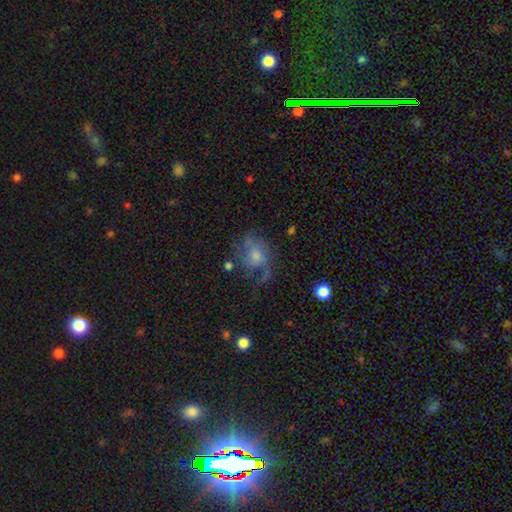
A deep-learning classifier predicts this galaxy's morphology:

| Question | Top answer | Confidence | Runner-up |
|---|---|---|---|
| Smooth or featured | featured or disk | 53% | smooth (33%) |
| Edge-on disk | no | 97% | yes (3%) |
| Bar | no | 75% | weak (22%) |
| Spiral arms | yes | 72% | no (28%) |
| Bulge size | moderate | 50% | small (29%) |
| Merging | none | 47% | major disturbance (27%) |